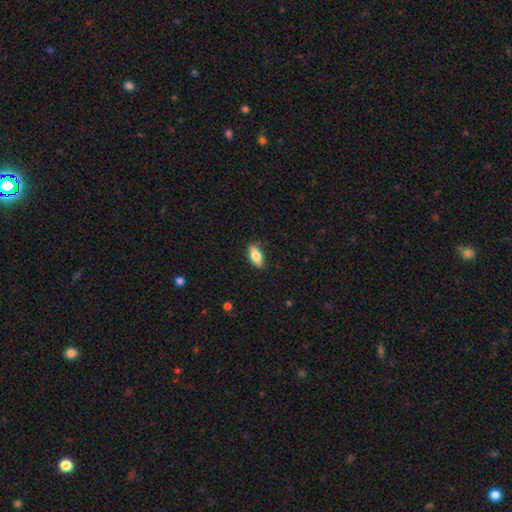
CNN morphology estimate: smooth-or-featured: smooth: 76% | featured or disk: 18% | star or artifact: 7%
  how-rounded: in between: 82% | cigar-shaped: 15% | round: 3%
  merging: none: 86% | minor disturbance: 11% | major disturbance: 2% | merger: 1%